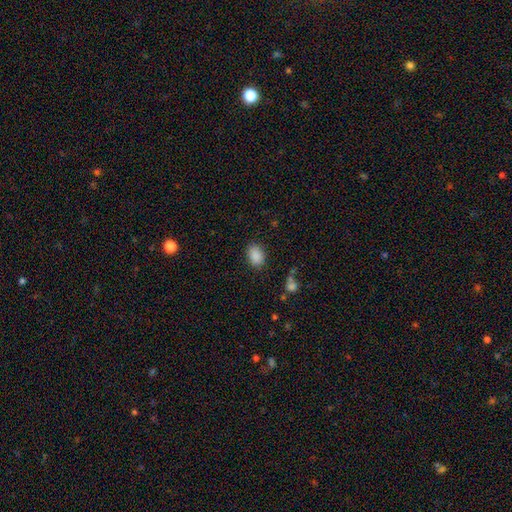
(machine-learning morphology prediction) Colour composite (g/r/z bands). It shows a smooth galaxy with no disk features (88%) that is in between round and cigar-shaped (78%). Merging: none (83%).